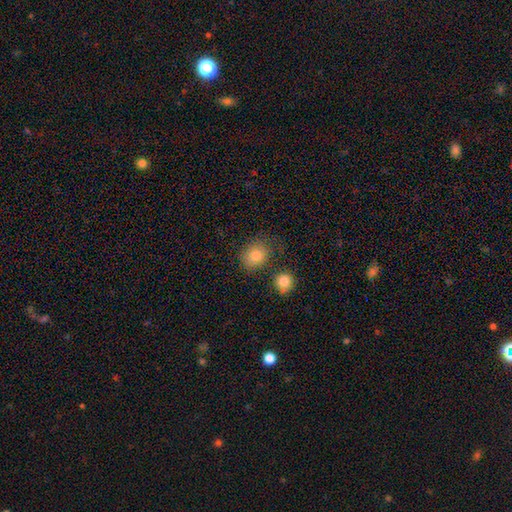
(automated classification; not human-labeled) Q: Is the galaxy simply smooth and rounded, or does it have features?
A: smooth — 81%.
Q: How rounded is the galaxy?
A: round — 63%.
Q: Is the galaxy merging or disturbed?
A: none — 72%.